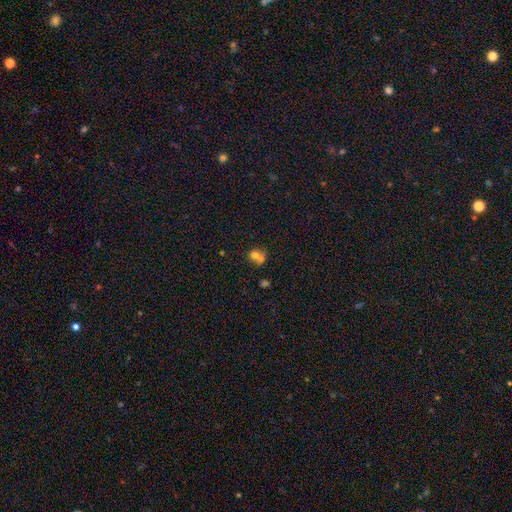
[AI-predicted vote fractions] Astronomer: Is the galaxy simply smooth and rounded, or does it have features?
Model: smooth — 70%.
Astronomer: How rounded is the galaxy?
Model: round — 66%.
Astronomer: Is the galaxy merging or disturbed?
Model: merger — 54%.